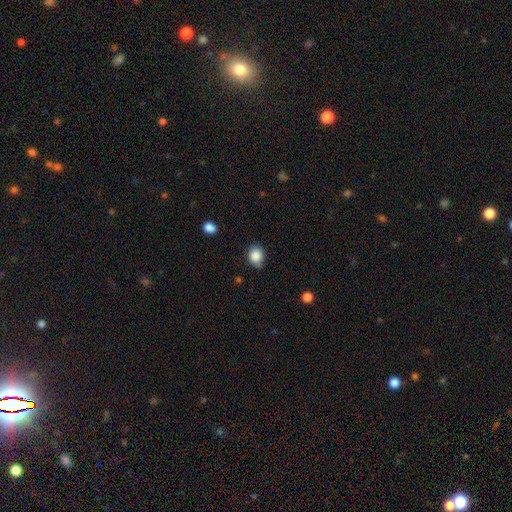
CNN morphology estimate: Smooth or featured: smooth — 86% (star or artifact — 9%)
How rounded: round — 65% (in between — 34%)
Merging: none — 70% (minor disturbance — 23%)